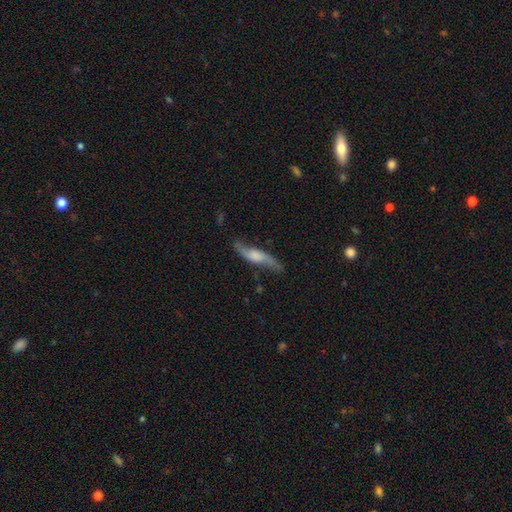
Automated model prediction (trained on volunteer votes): featured or disk 68%, smooth 26%, star or artifact 6%. Down the decision tree: edge-on disk — no (60%); merging — none (72%).